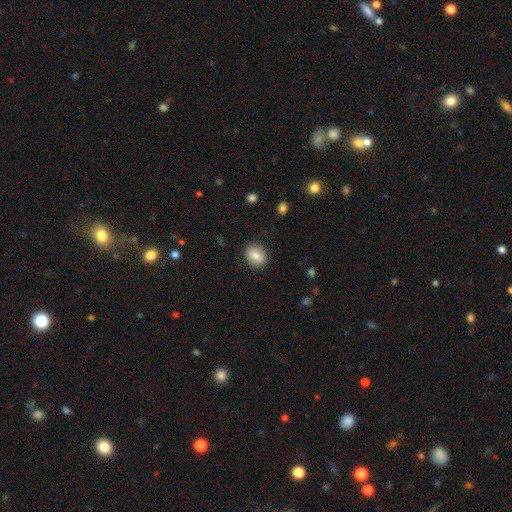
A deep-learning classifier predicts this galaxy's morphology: This appears to be a smooth galaxy with no disk features (82%) that is round (56%). Merging: none (87%).